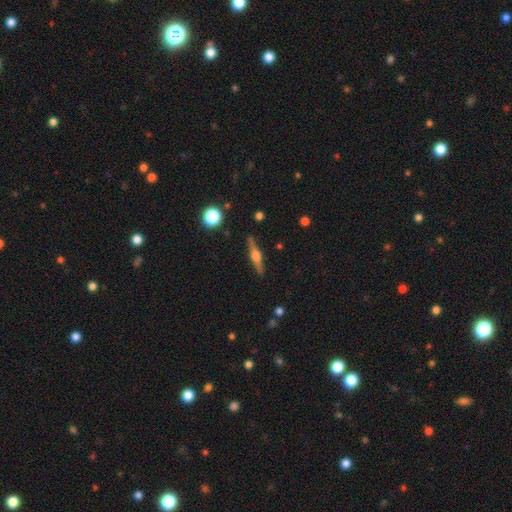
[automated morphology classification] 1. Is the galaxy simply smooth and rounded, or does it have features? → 71% featured or disk, 23% smooth, 7% star or artifact.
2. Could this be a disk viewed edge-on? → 97% yes, 3% no.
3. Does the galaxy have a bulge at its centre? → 92% rounded, 5% boxy, 2% none.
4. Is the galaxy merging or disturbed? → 89% none, 8% minor disturbance, 2% major disturbance, 2% merger.